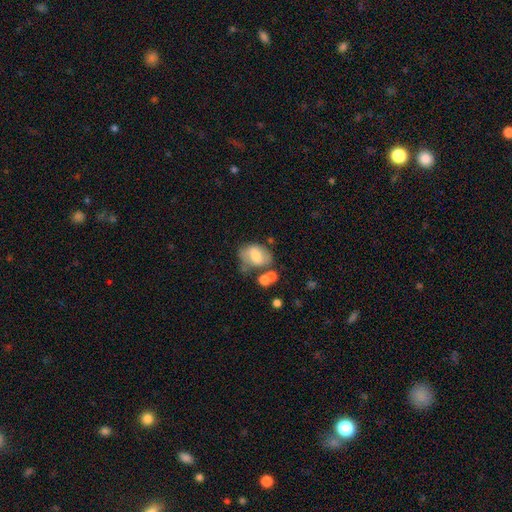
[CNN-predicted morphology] A smooth galaxy with no disk features (61%) that is in between round and cigar-shaped (74%). Merging: none (41%).